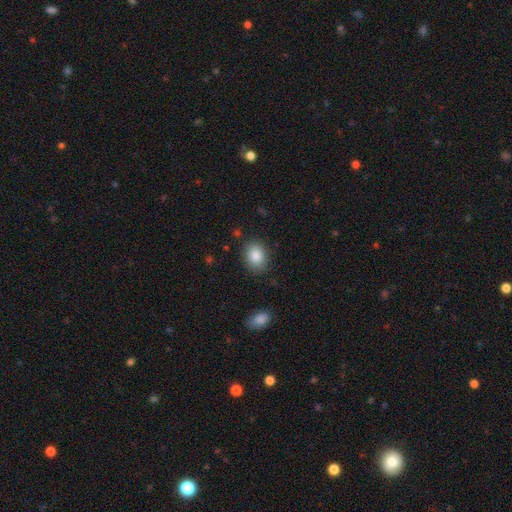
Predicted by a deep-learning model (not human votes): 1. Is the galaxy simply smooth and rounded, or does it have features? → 86% smooth, 8% star or artifact, 6% featured or disk.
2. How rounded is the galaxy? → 60% in between, 39% round, 1% cigar-shaped.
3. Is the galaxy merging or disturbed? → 83% none, 11% minor disturbance, 3% major disturbance, 2% merger.